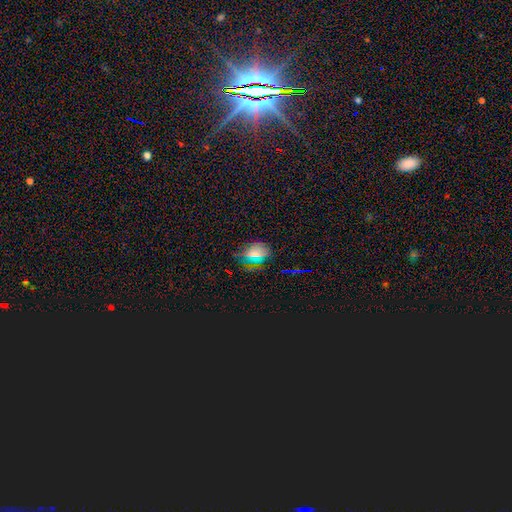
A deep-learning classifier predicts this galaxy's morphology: Q: Smooth or featured?
A: smooth (54%); runner-up: star or artifact (35%)
Q: How rounded?
A: round (50%); runner-up: in between (46%)
Q: Merging?
A: none (78%); runner-up: minor disturbance (15%)